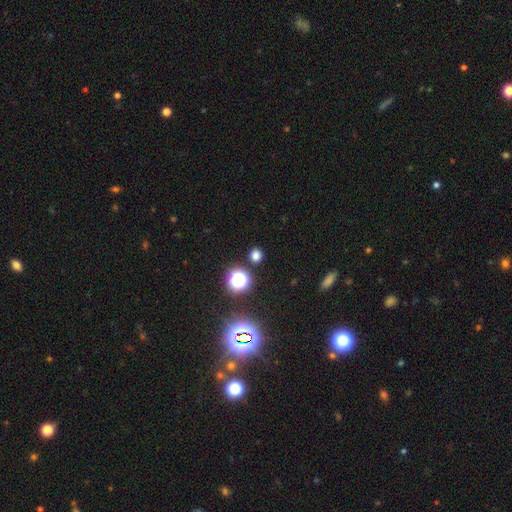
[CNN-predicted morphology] Smooth or featured?
  - smooth: 69% *
  - star or artifact: 26%
  - featured or disk: 5%
How rounded?
  - round: 84% *
  - in between: 15%
  - cigar-shaped: 1%
Merging?
  - none: 87% *
  - minor disturbance: 7%
  - merger: 3%
  - major disturbance: 3%